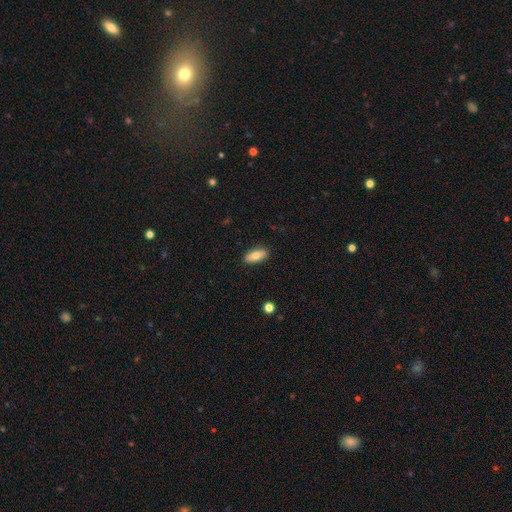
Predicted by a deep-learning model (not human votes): Smooth or featured: smooth — 80% (featured or disk — 14%)
How rounded: in between — 80% (cigar-shaped — 17%)
Merging: none — 89% (minor disturbance — 8%)